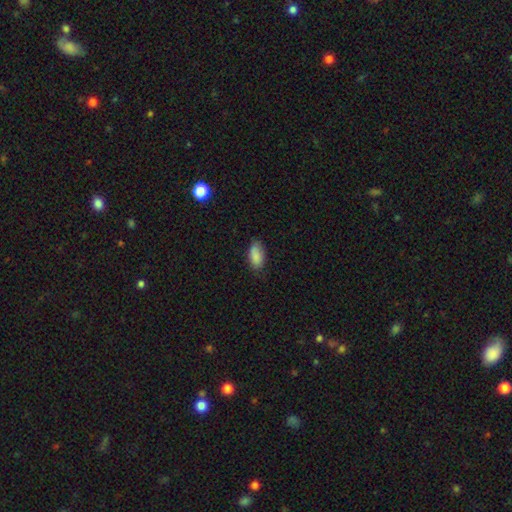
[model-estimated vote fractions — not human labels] A smooth galaxy with no disk features (86%) that is in between round and cigar-shaped (91%).

Vote fractions:
- Smooth or featured? smooth: 86% / star or artifact: 8% / featured or disk: 6%
- How rounded? in between: 91% / cigar-shaped: 5% / round: 3%
- Merging? none: 73% / minor disturbance: 22% / major disturbance: 4% / merger: 1%